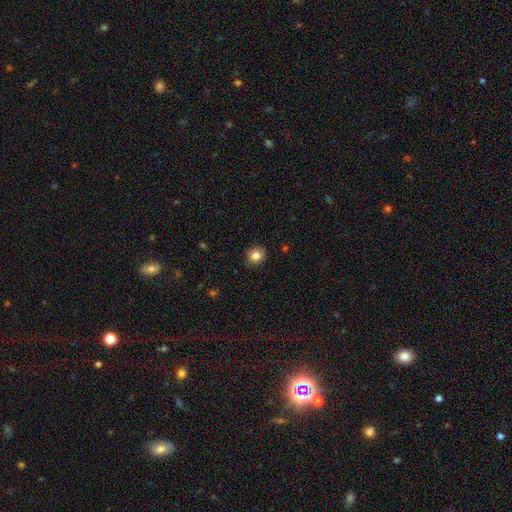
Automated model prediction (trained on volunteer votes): smooth 84%, star or artifact 10%, featured or disk 6%. Down the decision tree: how rounded — round (75%); merging — none (90%).